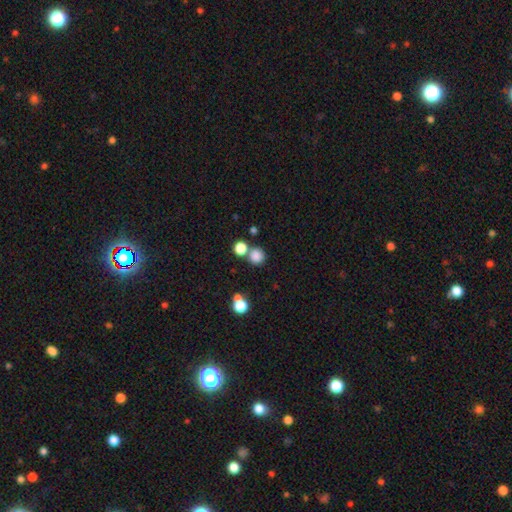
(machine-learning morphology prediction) Smooth or featured? smooth (82%)
How rounded? round (91%)
Merging? none (67%)